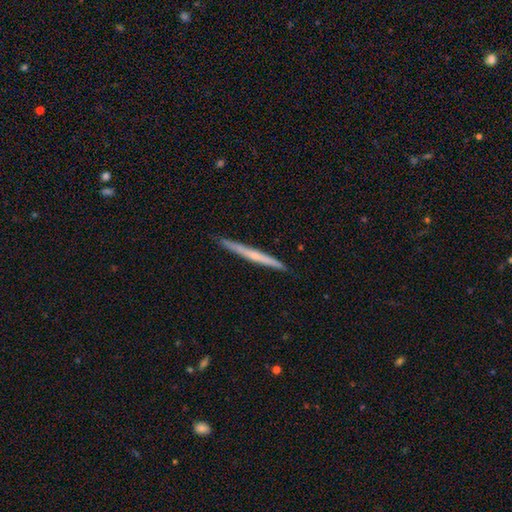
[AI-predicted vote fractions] This is possibly a featured or disk galaxy (53%). It is clearly viewed edge-on (97%). Edge-on bulge: likely none (68%). Merging: clearly none (90%).